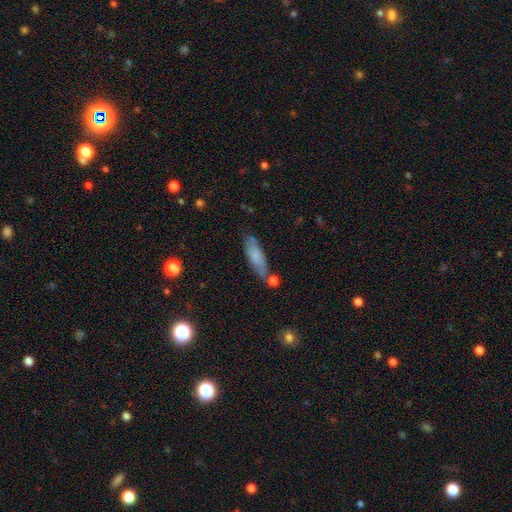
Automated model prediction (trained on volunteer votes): Smooth or featured? Predicted: smooth (p=0.71). How rounded? Predicted: cigar-shaped (p=0.56). Merging? Predicted: none (p=0.65).